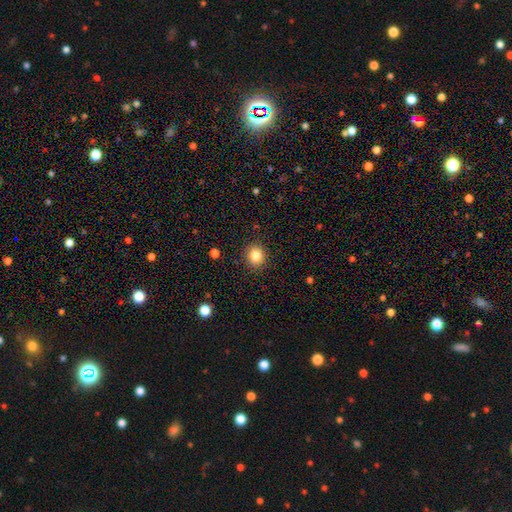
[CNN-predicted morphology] Overall: smooth (83%). How rounded: round (79%). Merging: none (90%).